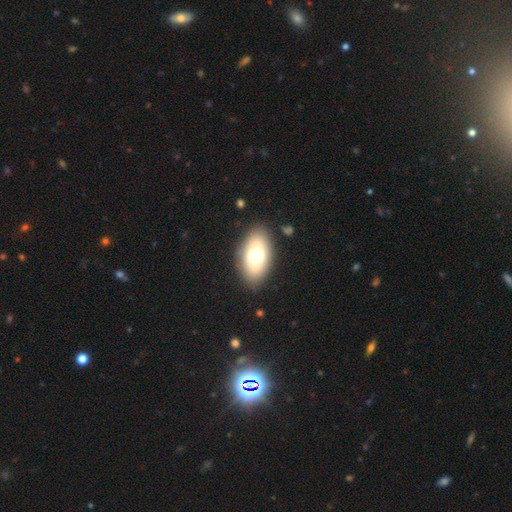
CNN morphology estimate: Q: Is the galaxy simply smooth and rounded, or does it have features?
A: smooth — 68%.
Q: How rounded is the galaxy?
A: in between — 92%.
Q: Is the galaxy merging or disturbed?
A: none — 83%.